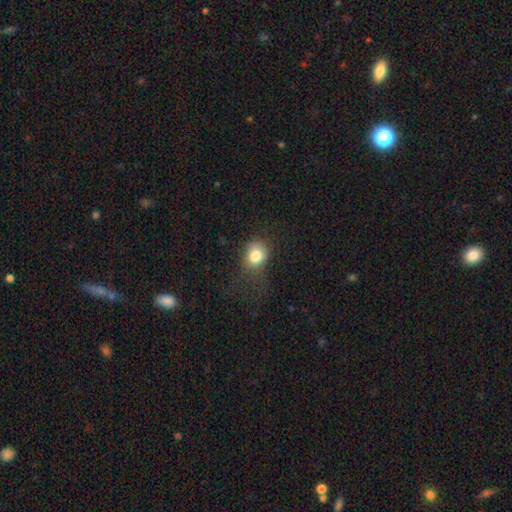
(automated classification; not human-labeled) smooth-or-featured: smooth: 82% | star or artifact: 11% | featured or disk: 7%
  how-rounded: round: 61% | in between: 38% | cigar-shaped: 1%
  merging: none: 57% | minor disturbance: 25% | major disturbance: 17% | merger: 2%